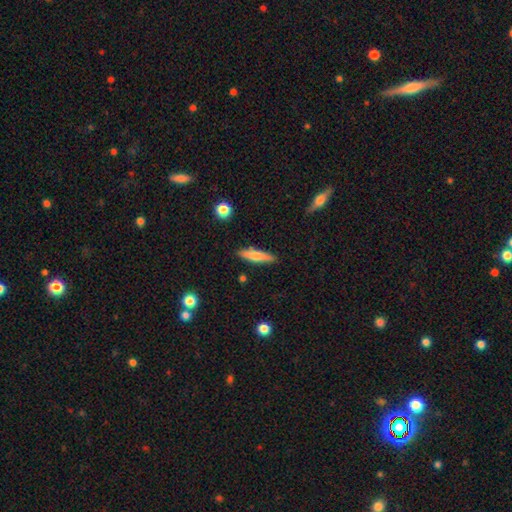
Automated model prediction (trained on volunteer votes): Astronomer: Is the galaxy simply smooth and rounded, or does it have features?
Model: smooth — 71%.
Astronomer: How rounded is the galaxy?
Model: cigar-shaped — 78%.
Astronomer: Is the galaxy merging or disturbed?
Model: none — 85%.